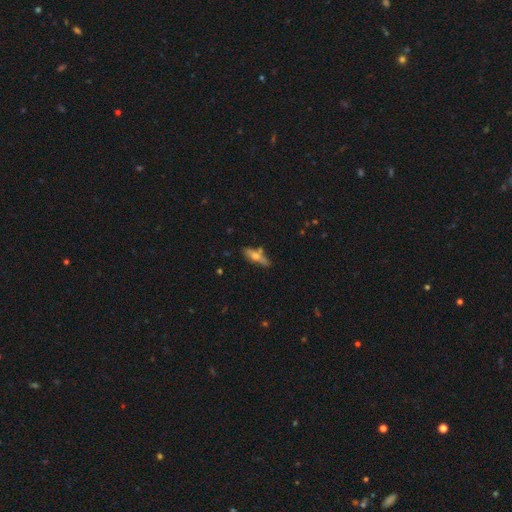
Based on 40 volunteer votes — A featured or disk galaxy (55%) viewed edge-on (91%) with a rounded central bulge (90%).

Vote fractions:
- Smooth or featured? featured or disk: 55% / smooth: 42% / star or artifact: 2%
- Edge-on disk? yes: 91% / no: 9%
- Edge-on bulge? rounded: 90% / boxy: 5% / none: 5%
- Merging? none: 54% / minor disturbance: 33% / merger: 8% / major disturbance: 5%